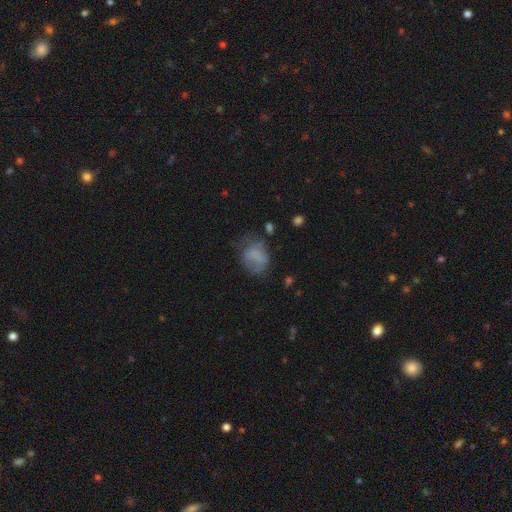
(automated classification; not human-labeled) This is likely a smooth galaxy (66%). How rounded: possibly in between (57%). Merging: marginally none (38%).